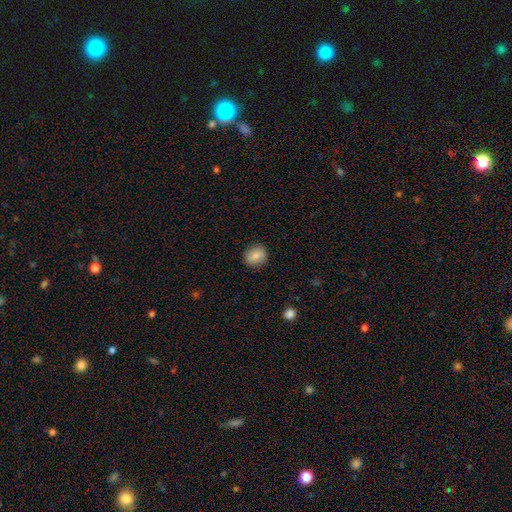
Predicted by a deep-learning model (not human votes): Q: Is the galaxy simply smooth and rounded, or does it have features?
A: smooth — 83%.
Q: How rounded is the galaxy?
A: round — 70%.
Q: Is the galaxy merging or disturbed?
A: none — 87%.